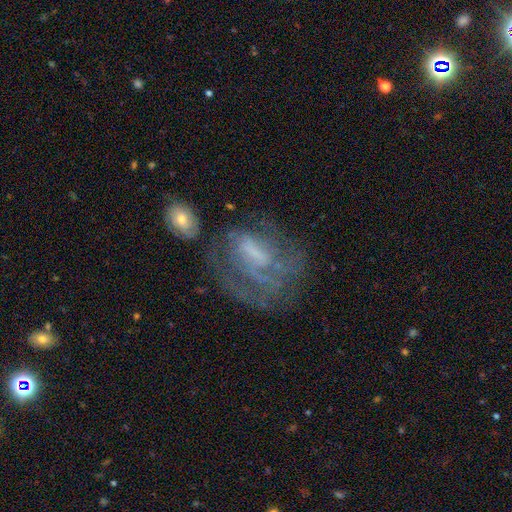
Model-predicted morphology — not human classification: Smooth or featured? Predicted: featured or disk (p=0.66). Edge-on disk? Predicted: no (p=0.95). Bar? Predicted: no (p=0.43). Spiral arms? Predicted: yes (p=0.61). Bulge size? Predicted: none (p=0.45). Merging? Predicted: none (p=0.40).